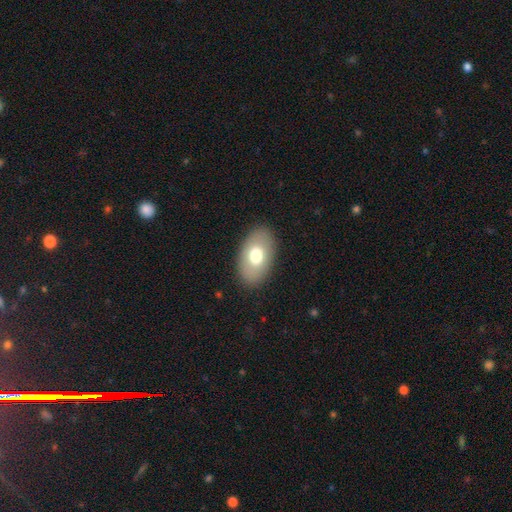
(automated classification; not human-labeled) This appears to be a smooth galaxy with no disk features (70%) that is in between round and cigar-shaped (92%). Merging: none (87%).